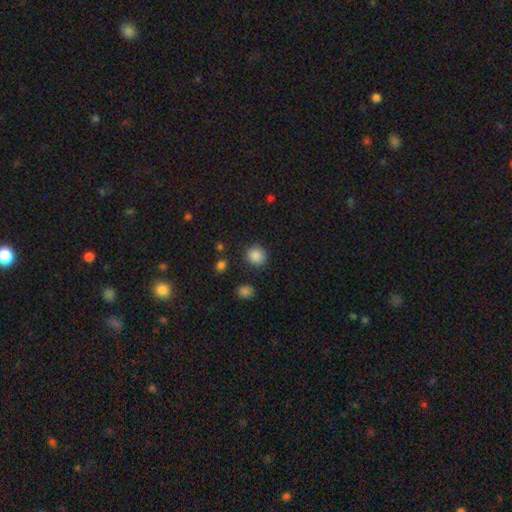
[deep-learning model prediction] Overall: smooth (87%). How rounded: round (87%). Merging: none (87%).